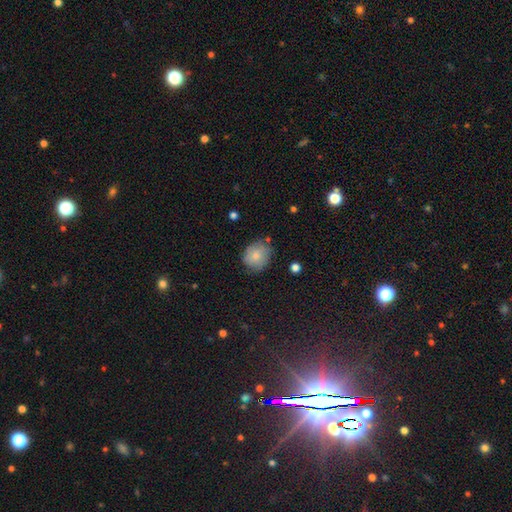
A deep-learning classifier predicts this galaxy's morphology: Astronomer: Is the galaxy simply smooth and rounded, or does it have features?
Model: smooth — 74%.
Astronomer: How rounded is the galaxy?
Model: round — 68%.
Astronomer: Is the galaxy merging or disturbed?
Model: none — 69%.